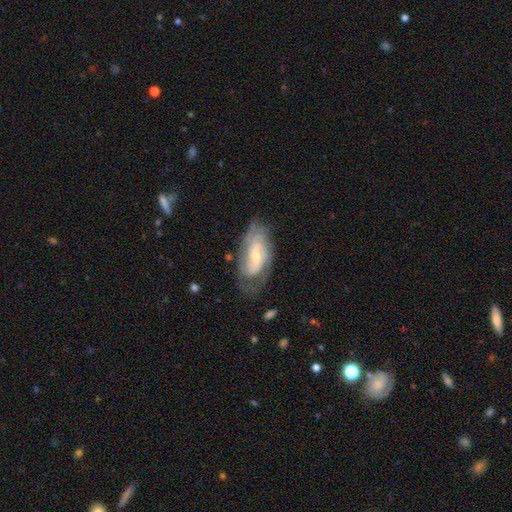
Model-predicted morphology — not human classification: This is likely a featured or disk galaxy (78%). It is clearly not viewed edge-on (93%). Bar: possibly weak (48%). Spiral arm pattern: clearly yes (91%). Spiral arm count: marginally 2 (44%). Spiral winding: possibly tight (50%). Central bulge: possibly small (56%). Merging: likely none (65%).